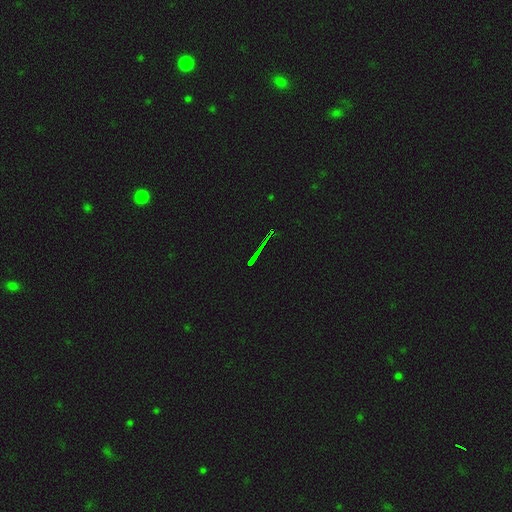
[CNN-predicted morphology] smooth_or_featured: star or artifact (p=0.58) [alt: featured or disk p=0.22]